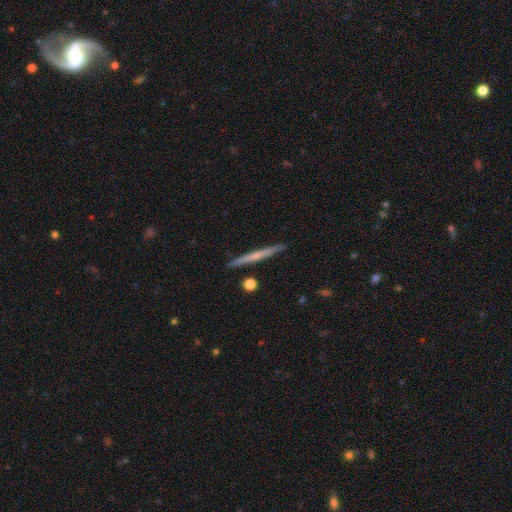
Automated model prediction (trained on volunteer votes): Overall: featured or disk (55%; smooth 39%). Edge-on disk: yes (97%). Edge-on bulge: none (67%). Merging: none (91%).